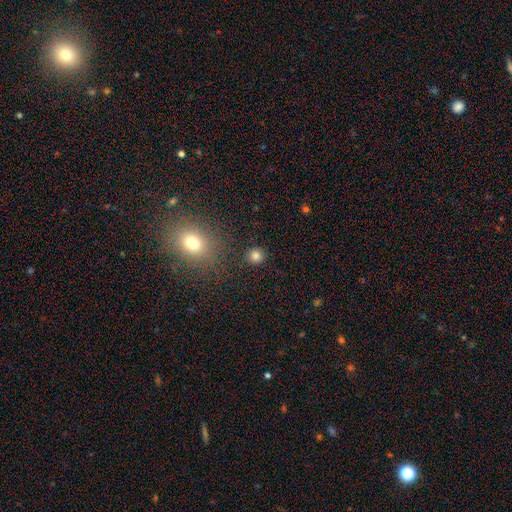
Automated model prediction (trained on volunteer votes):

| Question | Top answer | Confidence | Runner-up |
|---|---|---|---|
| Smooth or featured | smooth | 81% | star or artifact (14%) |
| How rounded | round | 90% | in between (9%) |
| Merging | none | 90% | minor disturbance (6%) |